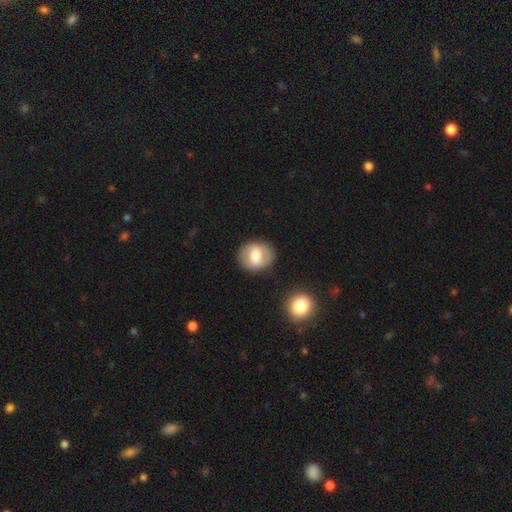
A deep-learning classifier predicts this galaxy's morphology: smooth 50%, featured or disk 44%, star or artifact 7%. Down the decision tree: merging — none (83%).